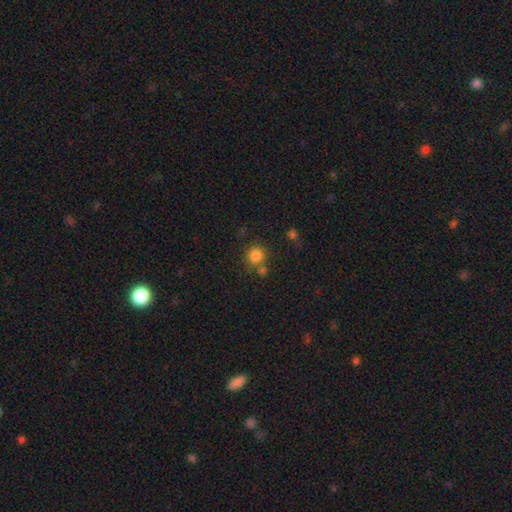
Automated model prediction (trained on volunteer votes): This is clearly a smooth galaxy (82%). How rounded: clearly round (91%). Merging: likely none (70%).